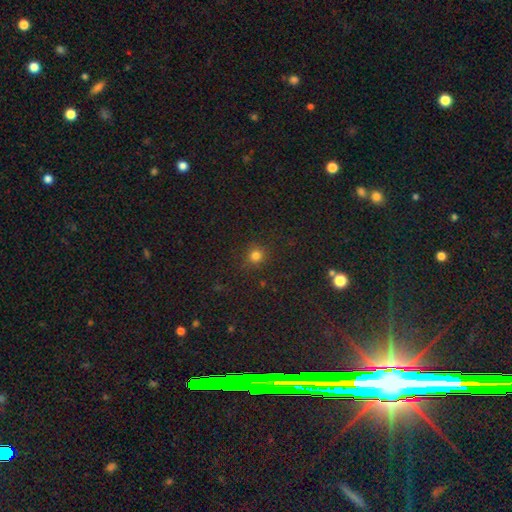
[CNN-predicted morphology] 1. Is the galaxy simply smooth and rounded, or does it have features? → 78% smooth, 17% star or artifact, 5% featured or disk.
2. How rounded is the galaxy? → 91% round, 8% in between, 1% cigar-shaped.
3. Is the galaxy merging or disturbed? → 87% none, 9% minor disturbance, 3% major disturbance, 1% merger.